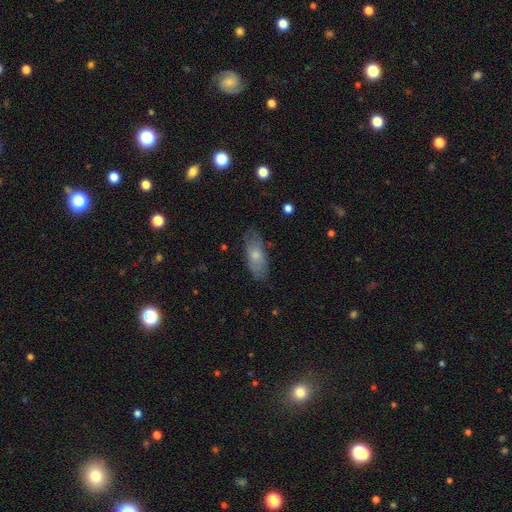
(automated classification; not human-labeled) Smooth or featured?
  - smooth: 67% *
  - featured or disk: 26%
  - star or artifact: 7%
How rounded?
  - in between: 78% *
  - cigar-shaped: 19%
  - round: 3%
Merging?
  - none: 74% *
  - minor disturbance: 20%
  - major disturbance: 5%
  - merger: 1%